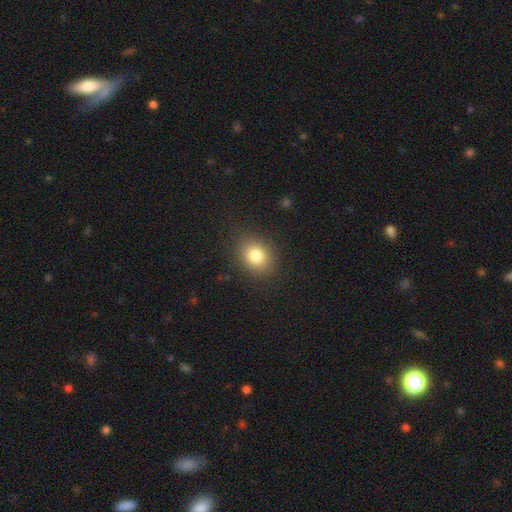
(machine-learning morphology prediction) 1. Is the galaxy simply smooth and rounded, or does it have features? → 81% smooth, 11% star or artifact, 8% featured or disk.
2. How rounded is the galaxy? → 53% round, 46% in between, 1% cigar-shaped.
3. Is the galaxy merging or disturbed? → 86% none, 9% minor disturbance, 3% major disturbance, 1% merger.